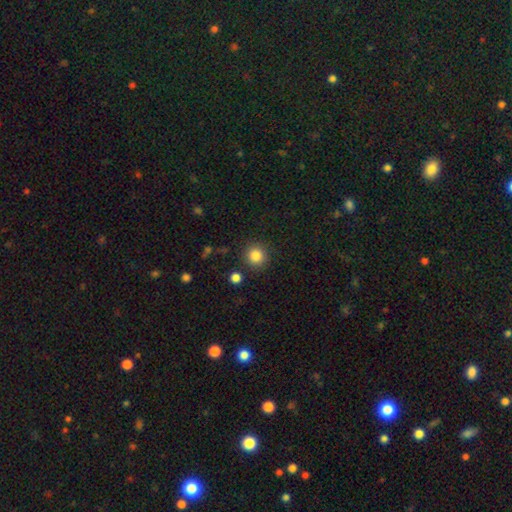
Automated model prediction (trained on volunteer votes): A smooth galaxy with no disk features (84%) that is round (92%). Merging: none (88%).